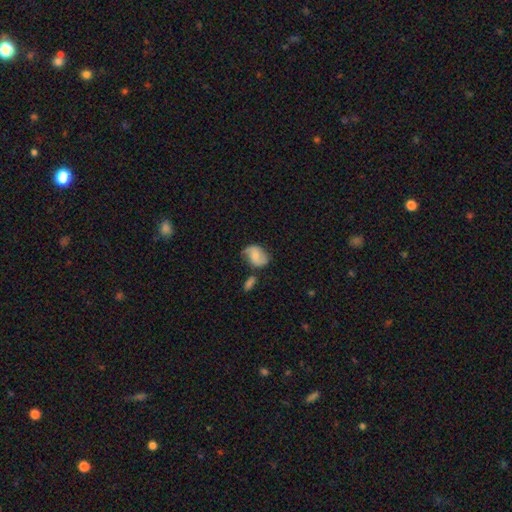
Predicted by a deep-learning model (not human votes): Smooth or featured: featured or disk — 48% (smooth — 43%)
Merging: none — 56% (minor disturbance — 24%)